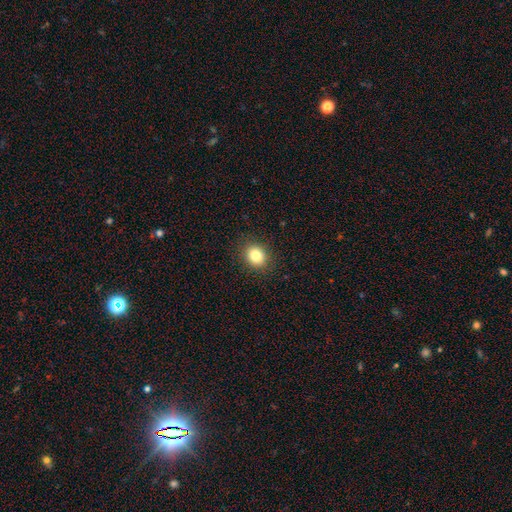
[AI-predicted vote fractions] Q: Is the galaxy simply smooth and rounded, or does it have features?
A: smooth — 83%.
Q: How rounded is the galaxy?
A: round — 64%.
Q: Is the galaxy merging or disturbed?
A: none — 90%.